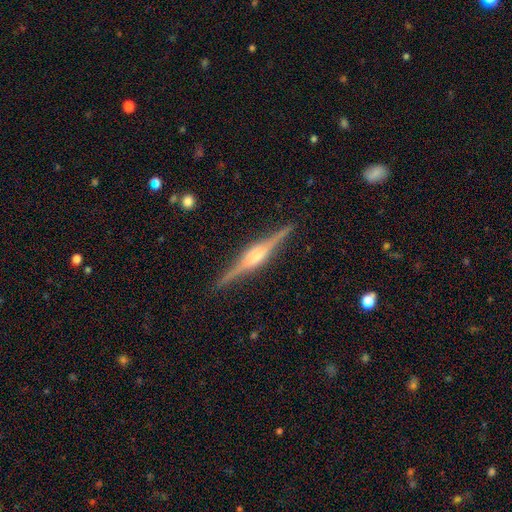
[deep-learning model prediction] featured or disk 85%, smooth 10%, star or artifact 5%. Down the decision tree: edge-on disk — yes (98%); edge-on bulge — rounded (65%); merging — none (89%).